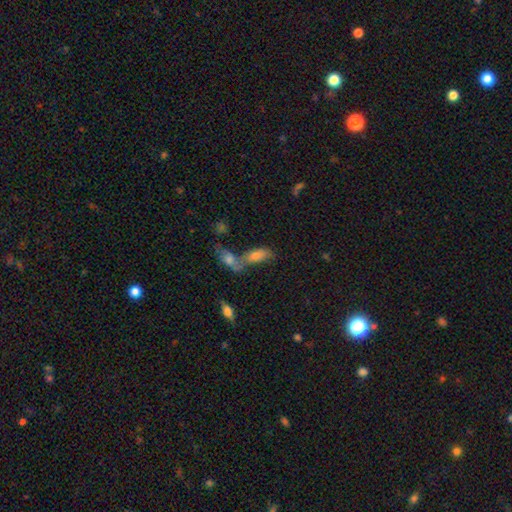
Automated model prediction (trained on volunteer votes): The model was most divided on "merging": merger: 57%, none: 29%, minor disturbance: 9%, major disturbance: 5%. More confident: how rounded — in between (75%); smooth or featured — smooth (67%).